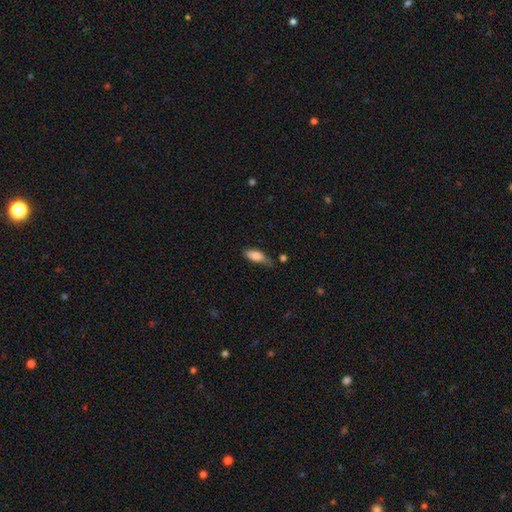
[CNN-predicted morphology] Smooth or featured: smooth — 79% (featured or disk — 14%)
How rounded: in between — 79% (cigar-shaped — 18%)
Merging: none — 51% (minor disturbance — 36%)